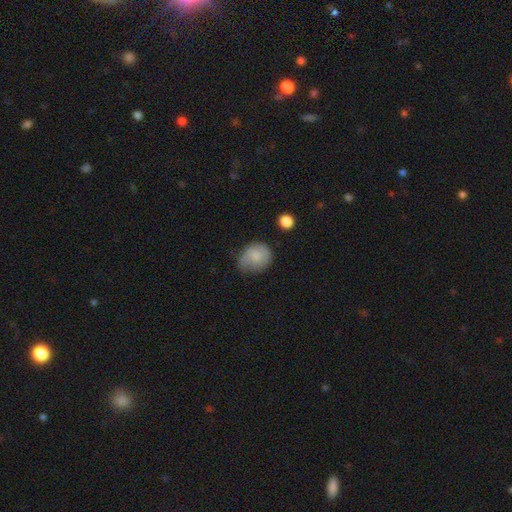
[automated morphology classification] smooth-or-featured: smooth: 70% | featured or disk: 22% | star or artifact: 8%
  how-rounded: round: 60% | in between: 39% | cigar-shaped: 1%
  merging: none: 49% | minor disturbance: 36% | major disturbance: 13% | merger: 2%